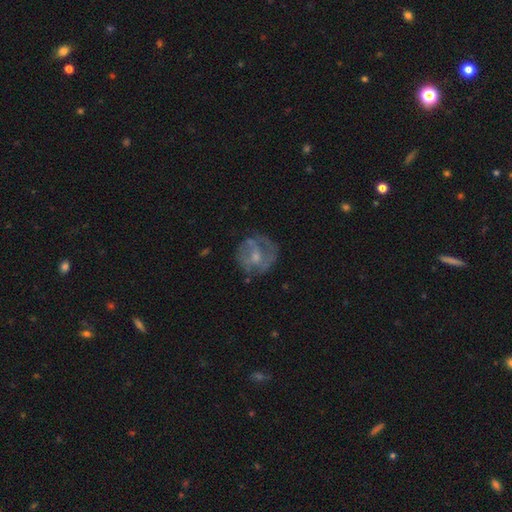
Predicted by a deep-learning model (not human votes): smooth_or_featured: featured or disk (p=0.60) [alt: smooth p=0.32]
disk_edge_on: no (p=0.97) [alt: yes p=0.03]
bar: no (p=0.57) [alt: weak p=0.35]
has_spiral_arms: yes (p=0.51) [alt: no p=0.49]
bulge_size: small (p=0.48) [alt: moderate p=0.39]
merging: none (p=0.59) [alt: minor disturbance p=0.22]